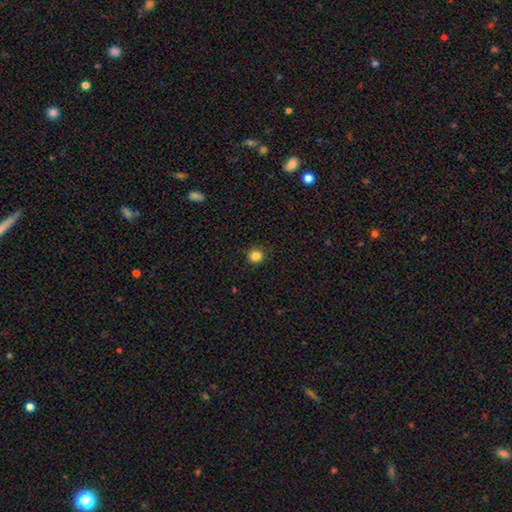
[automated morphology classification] smooth-or-featured: smooth: 85% | star or artifact: 11% | featured or disk: 4%
  how-rounded: round: 92% | in between: 7% | cigar-shaped: 1%
  merging: none: 89% | minor disturbance: 8% | major disturbance: 2% | merger: 1%